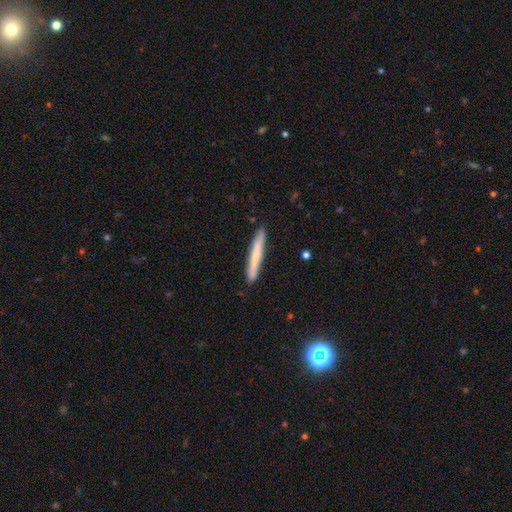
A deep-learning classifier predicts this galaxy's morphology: Q: Smooth or featured?
A: smooth (67%); runner-up: featured or disk (28%)
Q: How rounded?
A: cigar-shaped (97%); runner-up: in between (2%)
Q: Merging?
A: none (90%); runner-up: minor disturbance (8%)